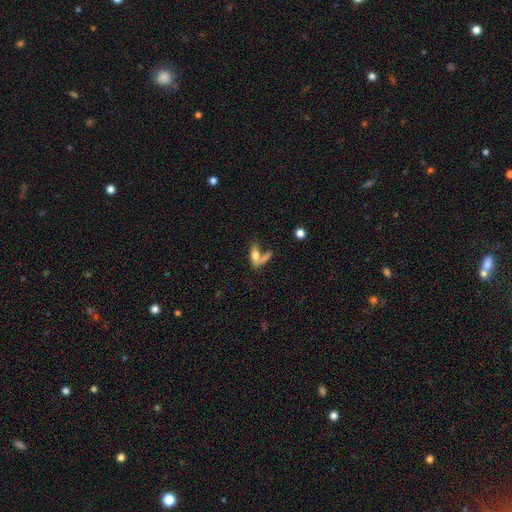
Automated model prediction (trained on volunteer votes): Q: Smooth or featured?
A: smooth (66%); runner-up: featured or disk (24%)
Q: How rounded?
A: in between (66%); runner-up: cigar-shaped (28%)
Q: Merging?
A: merger (43%); runner-up: none (34%)